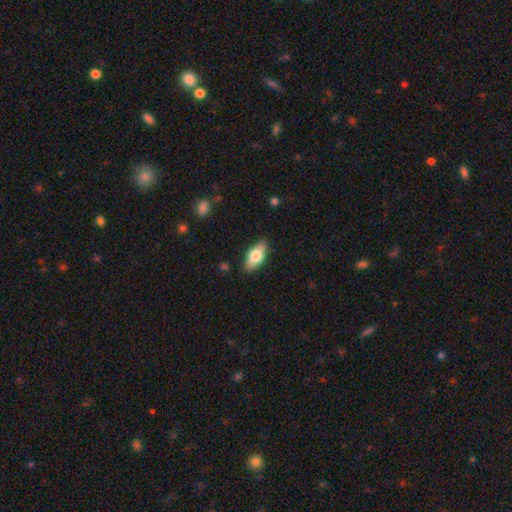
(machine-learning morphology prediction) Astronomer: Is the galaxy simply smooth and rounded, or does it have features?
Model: smooth — 73%.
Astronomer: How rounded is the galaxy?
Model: in between — 84%.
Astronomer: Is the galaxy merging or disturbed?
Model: none — 86%.